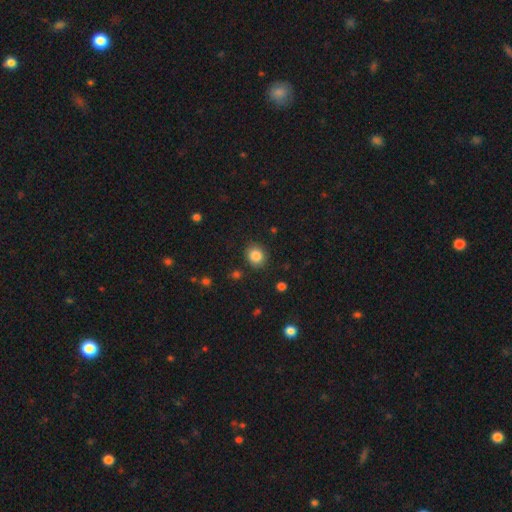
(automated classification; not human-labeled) Smooth or featured: smooth — 85% (star or artifact — 10%)
How rounded: round — 74% (in between — 25%)
Merging: none — 87% (minor disturbance — 8%)